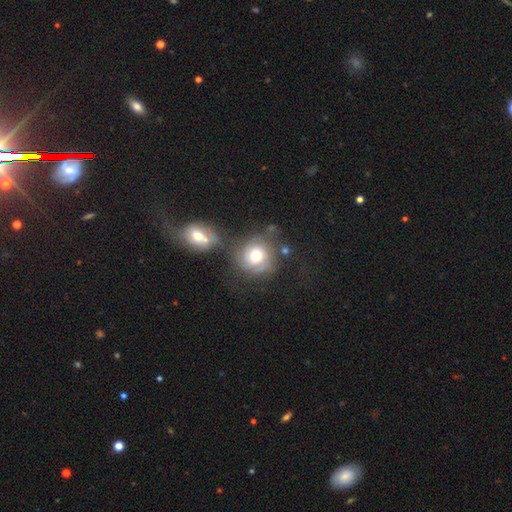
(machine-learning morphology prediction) Smooth or featured? smooth (47%)
Merging? none (50%)